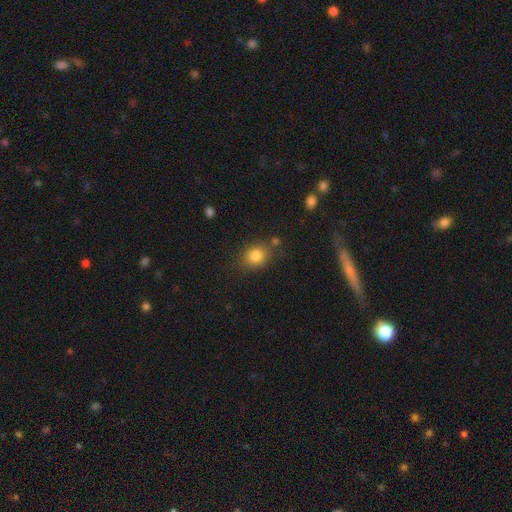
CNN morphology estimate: Overall: smooth (83%). How rounded: round (60%; in between 39%). Merging: none (75%).